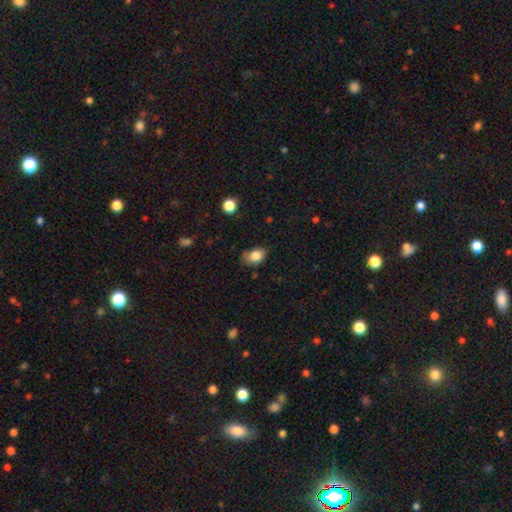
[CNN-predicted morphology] smooth_or_featured: smooth (p=0.83) [alt: star or artifact p=0.09]
how_rounded: in between (p=0.70) [alt: round p=0.29]
merging: none (p=0.57) [alt: minor disturbance p=0.32]